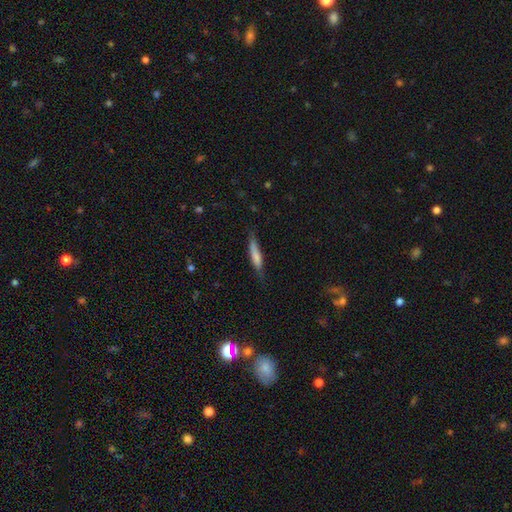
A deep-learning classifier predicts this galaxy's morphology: smooth_or_featured: smooth (p=0.72) [alt: featured or disk p=0.22]
how_rounded: cigar-shaped (p=0.85) [alt: in between p=0.13]
merging: none (p=0.70) [alt: minor disturbance p=0.23]